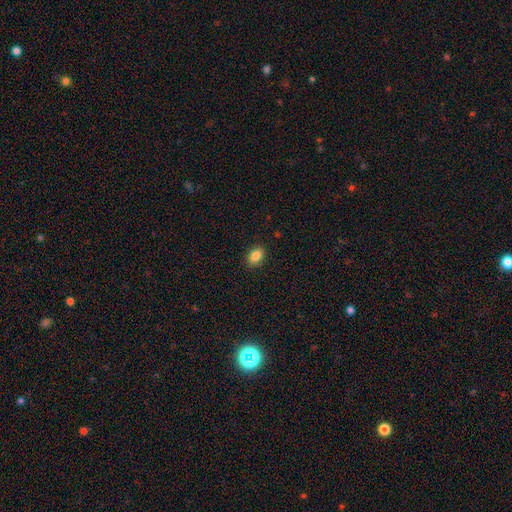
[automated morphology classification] Smooth or featured? Predicted: smooth (p=0.86). How rounded? Predicted: in between (p=0.84). Merging? Predicted: none (p=0.89).